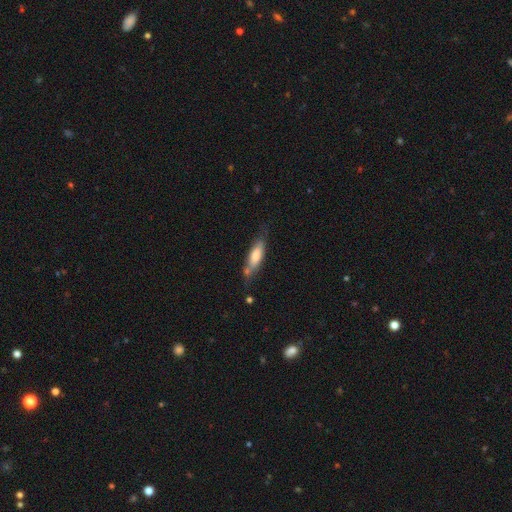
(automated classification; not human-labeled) This is likely a smooth galaxy (69%). How rounded: possibly cigar-shaped (55%). Merging: possibly none (55%).